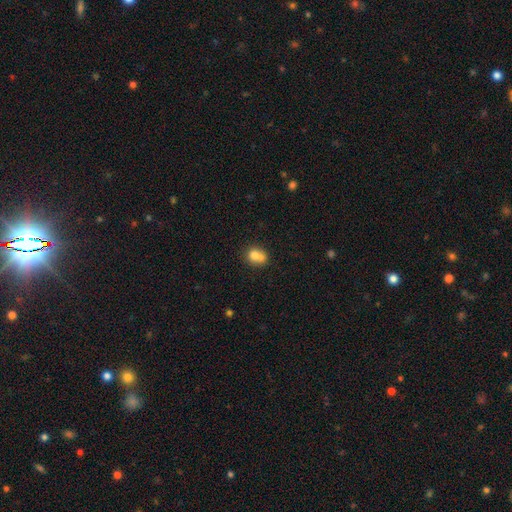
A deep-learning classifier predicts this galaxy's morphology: smooth_or_featured: smooth (p=0.72) [alt: featured or disk p=0.18]
how_rounded: round (p=0.67) [alt: in between p=0.32]
merging: merger (p=0.58) [alt: none p=0.30]